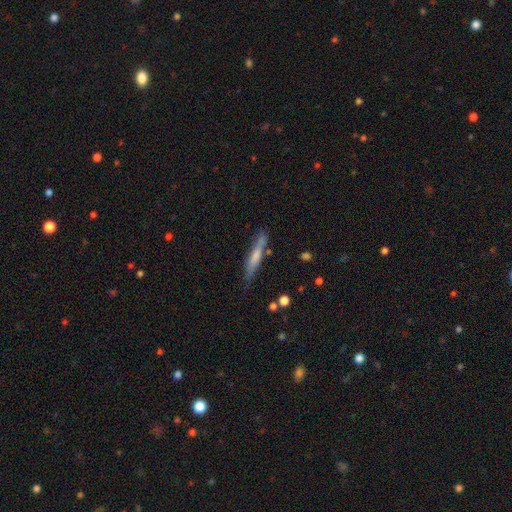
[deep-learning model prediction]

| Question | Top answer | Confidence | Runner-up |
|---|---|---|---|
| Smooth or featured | smooth | 62% | featured or disk (32%) |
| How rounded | cigar-shaped | 92% | in between (7%) |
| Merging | none | 73% | minor disturbance (18%) |